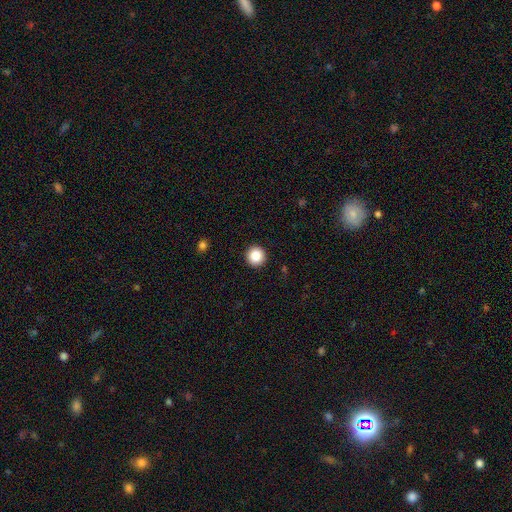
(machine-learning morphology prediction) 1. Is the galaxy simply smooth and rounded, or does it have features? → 86% smooth, 9% star or artifact, 5% featured or disk.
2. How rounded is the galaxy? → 96% round, 3% in between, 1% cigar-shaped.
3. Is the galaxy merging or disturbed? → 93% none, 4% minor disturbance, 2% major disturbance, 1% merger.